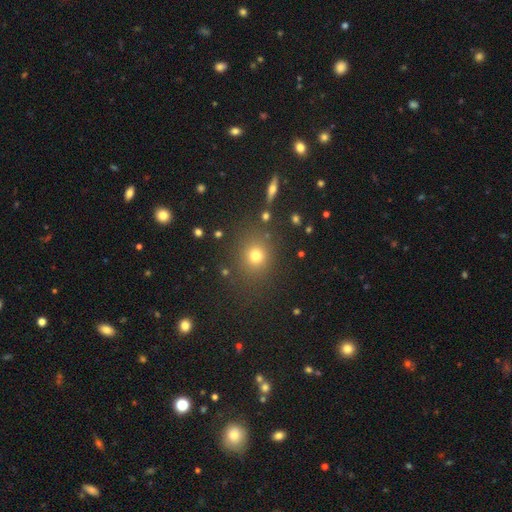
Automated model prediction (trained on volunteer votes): smooth 73%, star or artifact 19%, featured or disk 8%. Down the decision tree: how rounded — round (80%); merging — none (82%).